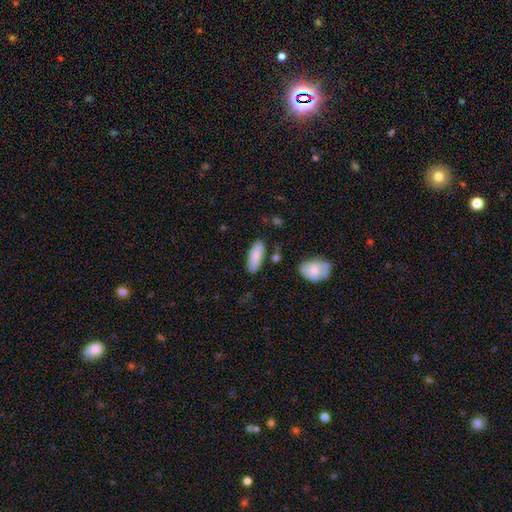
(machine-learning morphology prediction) smooth 82%, featured or disk 12%, star or artifact 6%. Down the decision tree: how rounded — in between (72%); merging — none (79%).